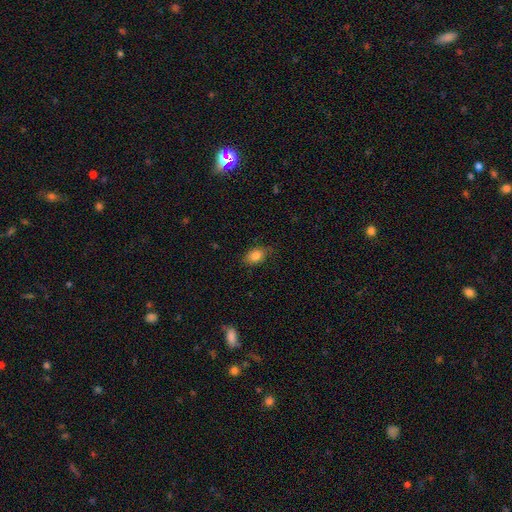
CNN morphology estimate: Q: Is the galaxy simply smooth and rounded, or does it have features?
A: smooth — 83%.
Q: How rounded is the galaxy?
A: in between — 79%.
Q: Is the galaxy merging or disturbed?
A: none — 72%.